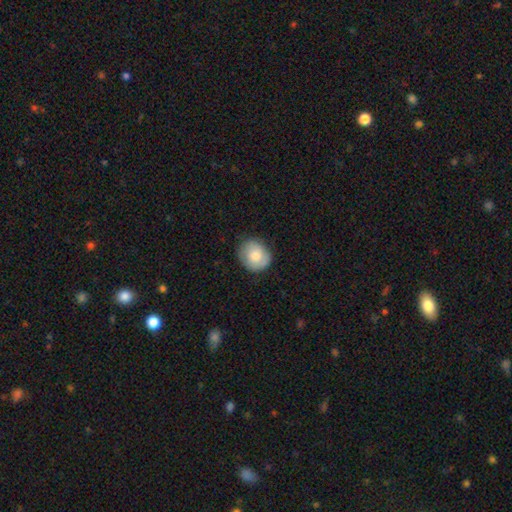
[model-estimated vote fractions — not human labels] smooth_or_featured: smooth (p=0.79) [alt: featured or disk p=0.15]
how_rounded: round (p=0.77) [alt: in between p=0.22]
merging: none (p=0.78) [alt: minor disturbance p=0.18]